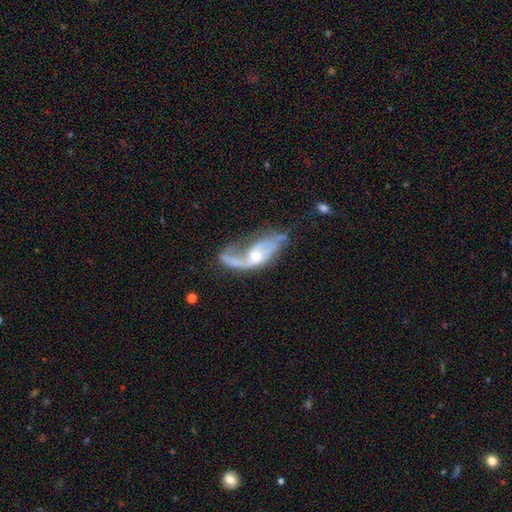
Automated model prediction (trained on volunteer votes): This appears to be a featured or disk galaxy (75%) with no bar (62%), 2 (57%) loose (67%) spiral arms (80%) and a moderate central bulge (54%). Merging: major disturbance (41%).